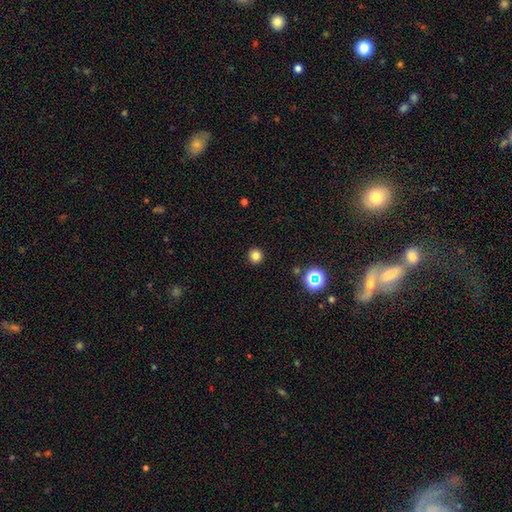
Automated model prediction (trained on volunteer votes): A smooth galaxy with no disk features (79%) that is round (95%). Merging: none (93%).